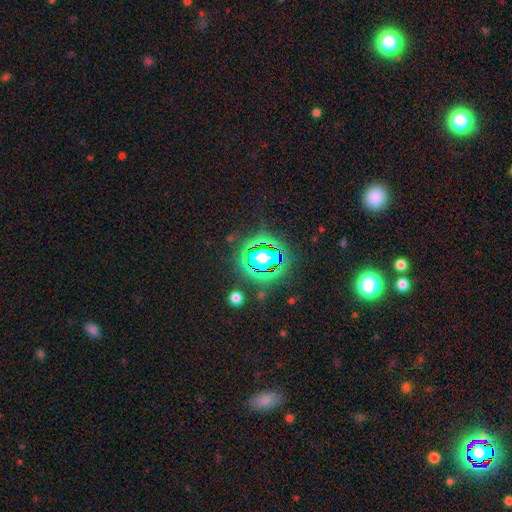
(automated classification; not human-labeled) smooth_or_featured: star or artifact (p=0.71) [alt: smooth p=0.18]